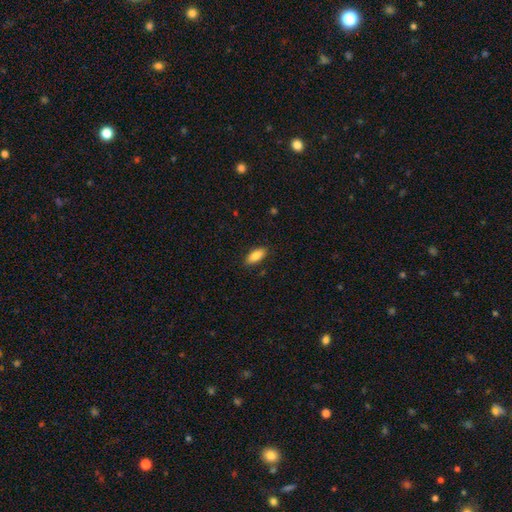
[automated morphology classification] Smooth or featured: smooth — 85% (featured or disk — 8%)
How rounded: in between — 82% (cigar-shaped — 16%)
Merging: none — 87% (minor disturbance — 10%)